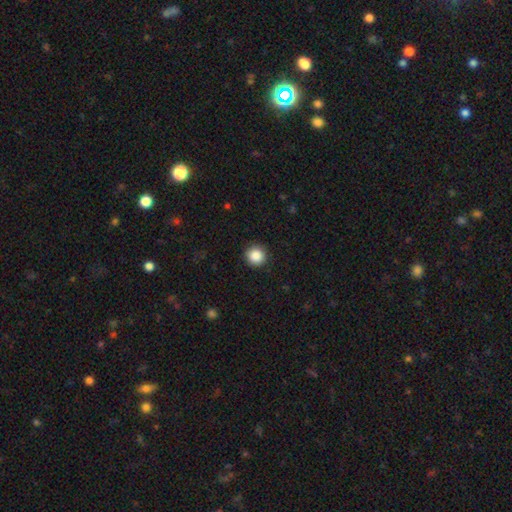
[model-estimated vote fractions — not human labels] smooth-or-featured: smooth: 87% | star or artifact: 9% | featured or disk: 3%
  how-rounded: round: 94% | in between: 5% | cigar-shaped: 1%
  merging: none: 91% | minor disturbance: 6% | major disturbance: 2% | merger: 1%